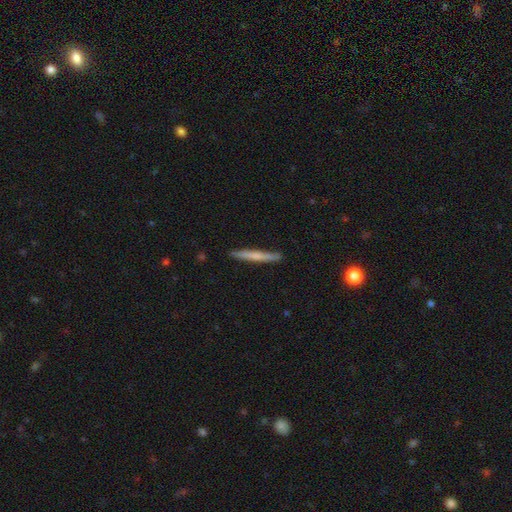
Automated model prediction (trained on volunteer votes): smooth-or-featured: smooth: 55% | featured or disk: 39% | star or artifact: 5%
  how-rounded: cigar-shaped: 96% | in between: 2% | round: 1%
  merging: none: 90% | minor disturbance: 8% | major disturbance: 1% | merger: 1%